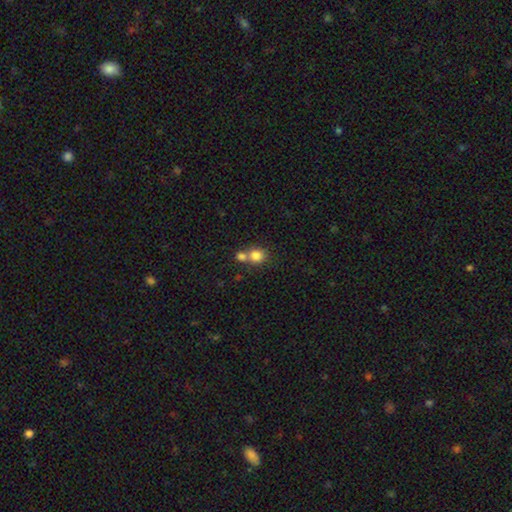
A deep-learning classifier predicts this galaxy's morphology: A smooth galaxy with no disk features (81%) that is round (80%). Merging: merger (46%).